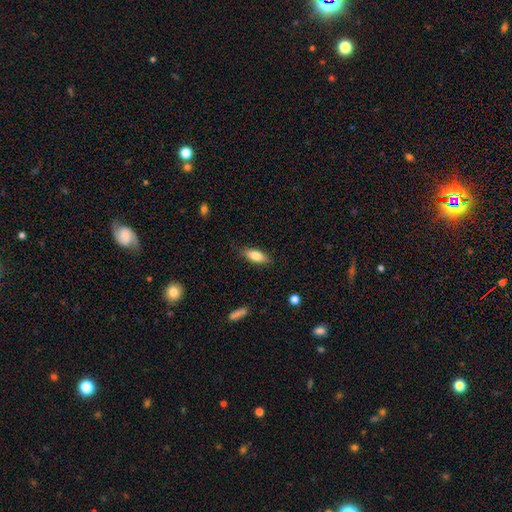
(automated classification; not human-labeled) Overall: smooth (78%). How rounded: in between (73%). Merging: none (84%).